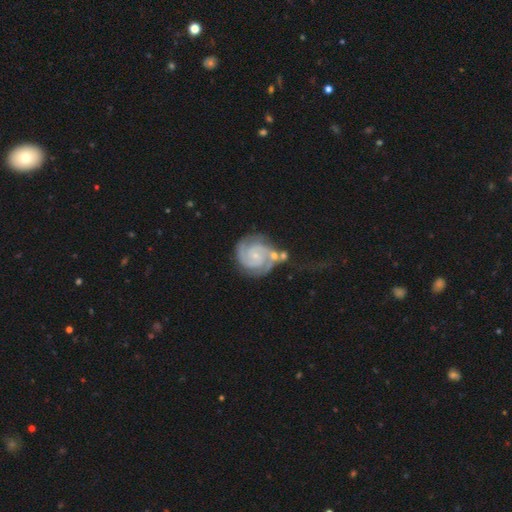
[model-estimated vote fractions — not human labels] The model was most divided on "spiral winding": tight: 63%, medium: 32%, loose: 6%. More confident: edge-on disk — no (98%); spiral arms — yes (98%); smooth or featured — featured or disk (89%); bulge size — small (75%); spiral arm count — 2 (74%); bar — no (63%); merging — none (51%).